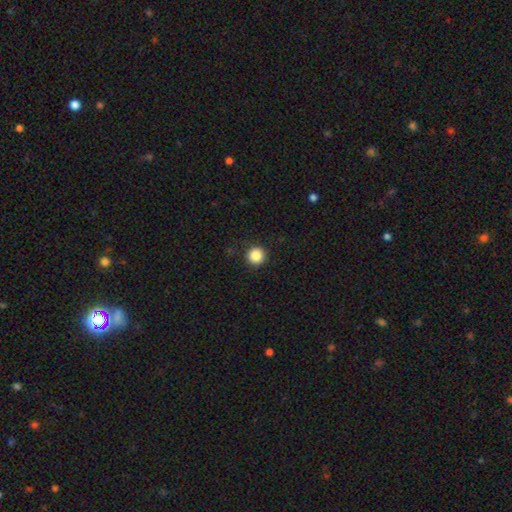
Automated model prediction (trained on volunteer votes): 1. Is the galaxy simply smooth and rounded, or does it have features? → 87% smooth, 10% star or artifact, 3% featured or disk.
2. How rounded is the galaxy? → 95% round, 4% in between, 1% cigar-shaped.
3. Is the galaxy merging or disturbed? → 90% none, 7% minor disturbance, 2% major disturbance, 1% merger.